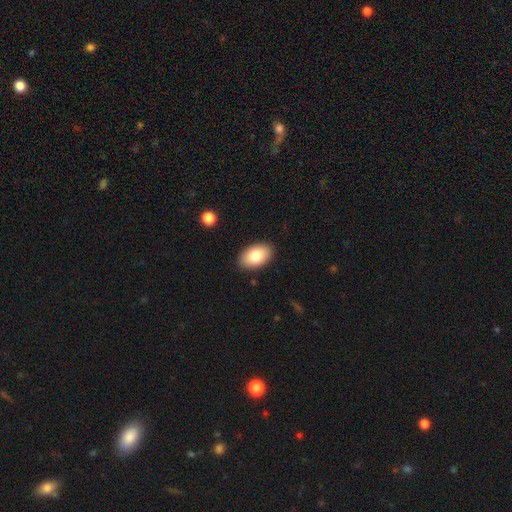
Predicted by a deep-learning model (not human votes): Smooth or featured: smooth — 82% (featured or disk — 11%)
How rounded: in between — 93% (round — 5%)
Merging: none — 88% (minor disturbance — 9%)